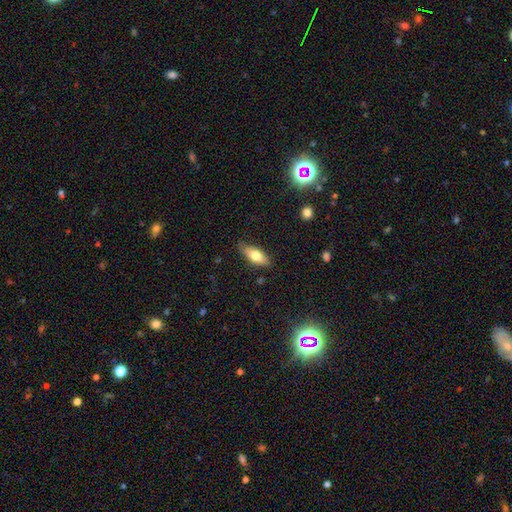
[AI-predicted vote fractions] Q: Smooth or featured?
A: smooth (72%); runner-up: featured or disk (22%)
Q: How rounded?
A: in between (80%); runner-up: cigar-shaped (17%)
Q: Merging?
A: none (79%); runner-up: minor disturbance (17%)